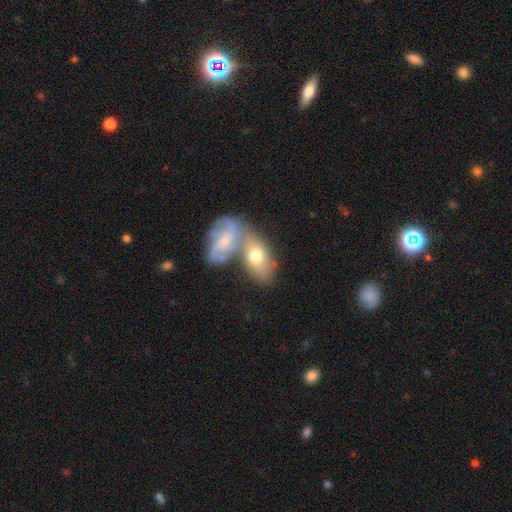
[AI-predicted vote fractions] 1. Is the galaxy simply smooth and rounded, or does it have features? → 53% smooth, 40% featured or disk, 7% star or artifact.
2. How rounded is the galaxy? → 86% in between, 9% round, 5% cigar-shaped.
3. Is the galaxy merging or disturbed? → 60% merger, 25% none, 10% minor disturbance, 6% major disturbance.